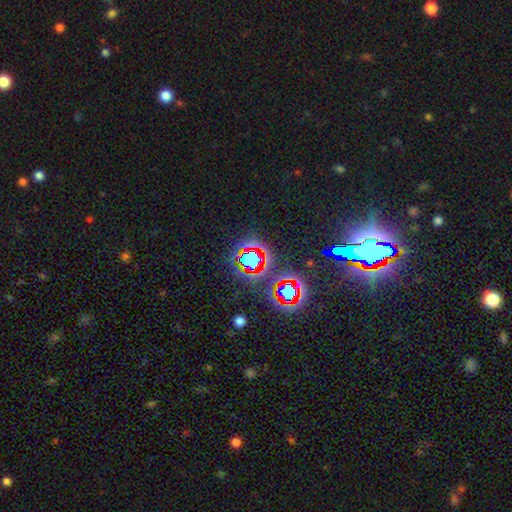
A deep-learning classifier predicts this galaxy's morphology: Overall: star or artifact (68%).